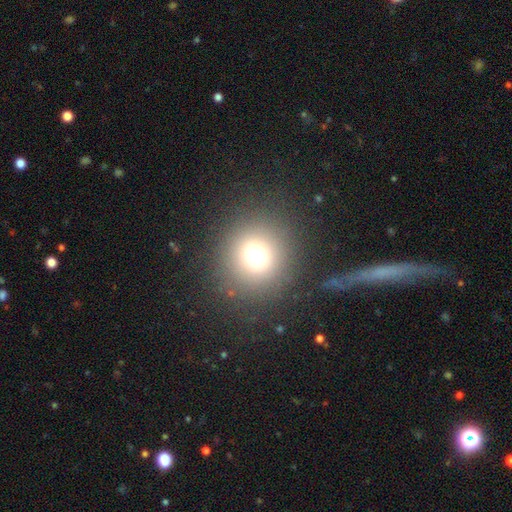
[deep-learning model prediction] smooth-or-featured: smooth: 70% | star or artifact: 21% | featured or disk: 9%
  how-rounded: round: 93% | in between: 6% | cigar-shaped: 1%
  merging: none: 87% | minor disturbance: 7% | major disturbance: 5% | merger: 2%